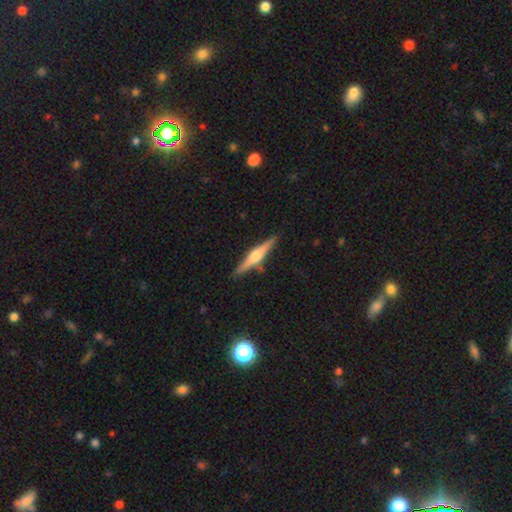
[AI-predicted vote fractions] Morphology: type=featured or disk (69%); edge-on=yes (98%); edge-on bulge=rounded (88%); merging=none (89%).